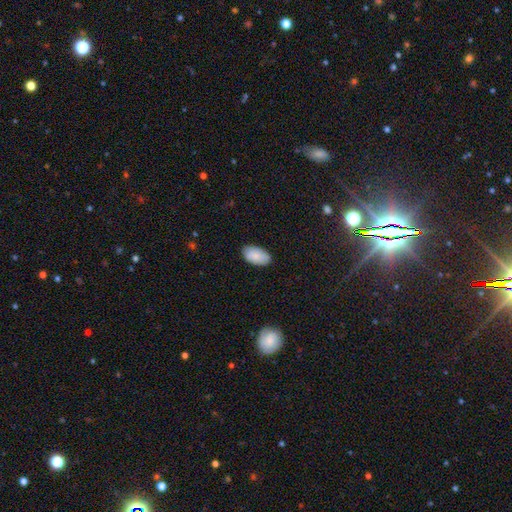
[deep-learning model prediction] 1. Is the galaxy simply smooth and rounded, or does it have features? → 86% smooth, 7% featured or disk, 6% star or artifact.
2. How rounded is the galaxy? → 95% in between, 3% round, 2% cigar-shaped.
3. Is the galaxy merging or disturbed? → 84% none, 13% minor disturbance, 2% major disturbance, 1% merger.